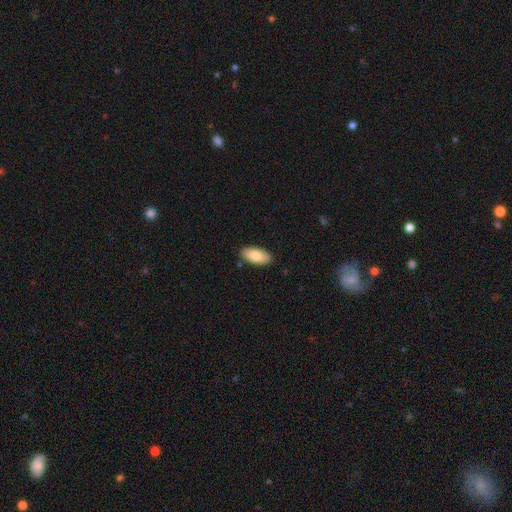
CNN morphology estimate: Q: Smooth or featured?
A: smooth (84%); runner-up: featured or disk (10%)
Q: How rounded?
A: in between (92%); runner-up: cigar-shaped (6%)
Q: Merging?
A: none (87%); runner-up: minor disturbance (10%)